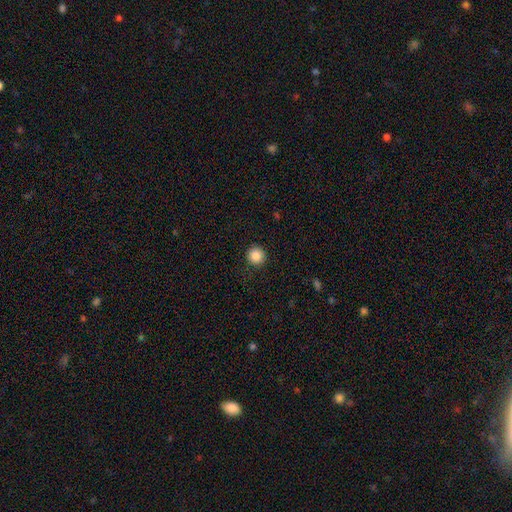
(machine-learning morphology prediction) This appears to be a smooth galaxy with no disk features (86%) that is round (95%). Merging: none (91%).